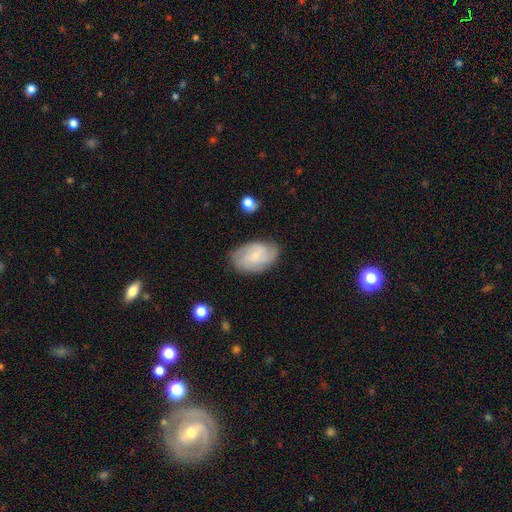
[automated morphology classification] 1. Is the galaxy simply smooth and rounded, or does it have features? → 56% featured or disk, 37% smooth, 7% star or artifact.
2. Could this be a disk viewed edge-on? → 96% no, 4% yes.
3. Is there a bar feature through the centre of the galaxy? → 67% no, 28% weak, 4% strong.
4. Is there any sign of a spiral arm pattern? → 86% yes, 14% no.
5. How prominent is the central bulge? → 75% small, 18% moderate, 5% none, 1% large, 1% dominant.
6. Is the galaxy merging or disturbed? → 74% none, 20% minor disturbance, 5% major disturbance, 2% merger.